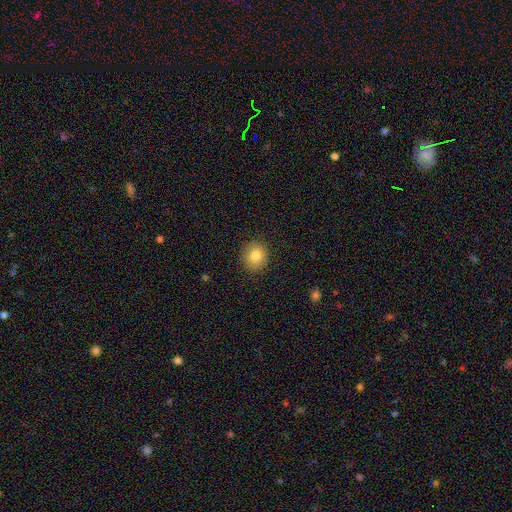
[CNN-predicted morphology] Smooth or featured? smooth (82%)
How rounded? round (82%)
Merging? none (89%)